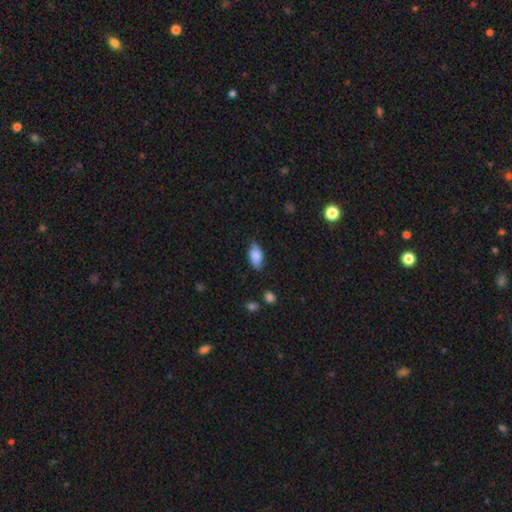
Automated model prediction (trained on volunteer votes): smooth-or-featured: smooth: 80% | featured or disk: 12% | star or artifact: 7%
  how-rounded: in between: 90% | cigar-shaped: 6% | round: 4%
  merging: none: 73% | minor disturbance: 21% | major disturbance: 4% | merger: 2%